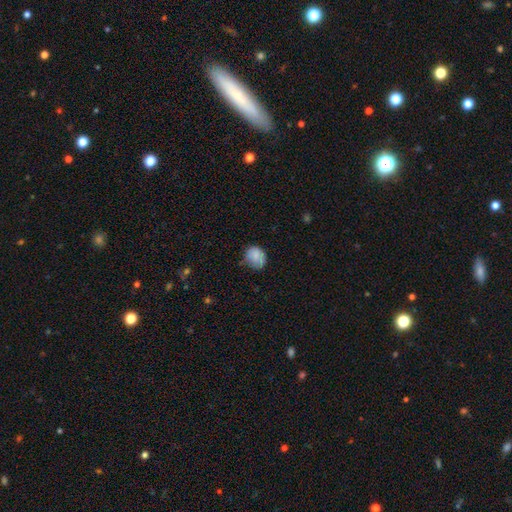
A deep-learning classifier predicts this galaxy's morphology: The model was most divided on "how rounded": round: 58%, in between: 41%, cigar-shaped: 1%. More confident: smooth or featured — smooth (78%); merging — none (56%).